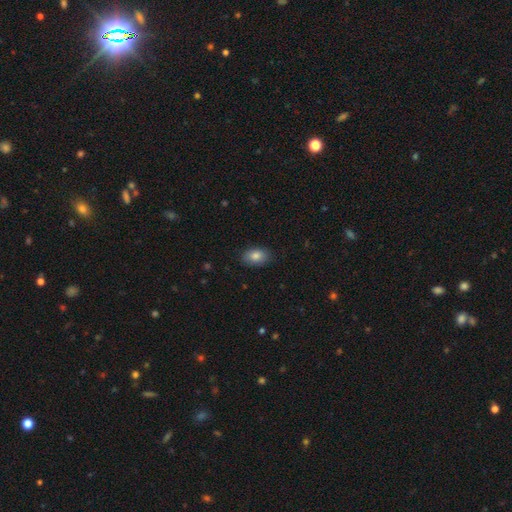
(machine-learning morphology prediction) smooth-or-featured: smooth: 84% | featured or disk: 8% | star or artifact: 8%
  how-rounded: in between: 88% | round: 11% | cigar-shaped: 1%
  merging: none: 86% | minor disturbance: 11% | major disturbance: 2% | merger: 1%